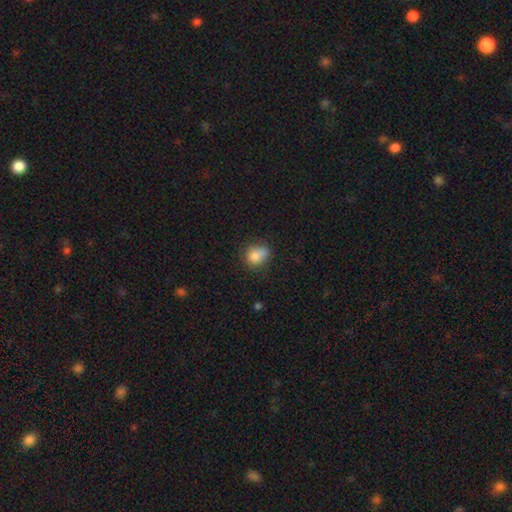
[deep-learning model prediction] Smooth or featured?
  - smooth: 80% *
  - star or artifact: 10%
  - featured or disk: 10%
How rounded?
  - round: 52% *
  - in between: 47%
  - cigar-shaped: 2%
Merging?
  - none: 49% *
  - minor disturbance: 29%
  - merger: 12%
  - major disturbance: 10%